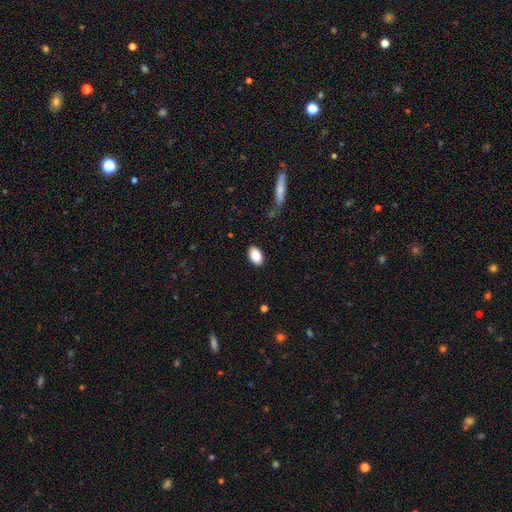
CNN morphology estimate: Smooth or featured?
  - smooth: 88% *
  - star or artifact: 7%
  - featured or disk: 5%
How rounded?
  - in between: 91% *
  - round: 8%
  - cigar-shaped: 1%
Merging?
  - none: 88% *
  - minor disturbance: 9%
  - major disturbance: 2%
  - merger: 1%